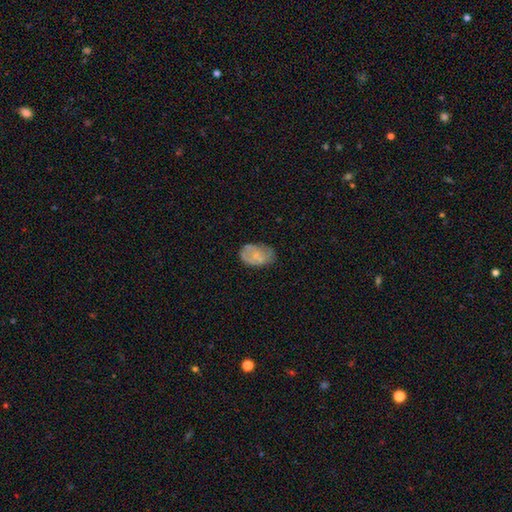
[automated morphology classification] Q: Smooth or featured?
A: smooth (56%); runner-up: featured or disk (35%)
Q: How rounded?
A: in between (88%); runner-up: round (11%)
Q: Merging?
A: none (56%); runner-up: minor disturbance (29%)